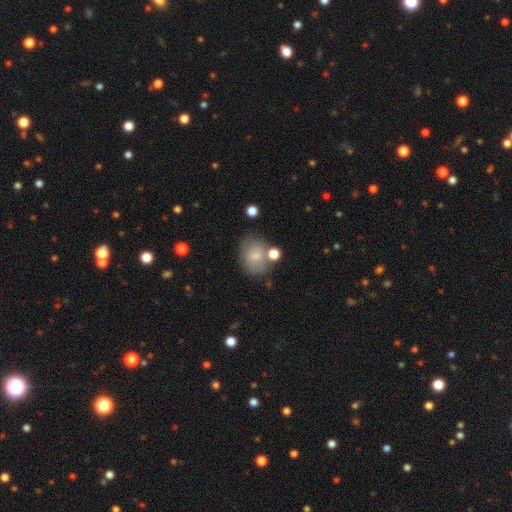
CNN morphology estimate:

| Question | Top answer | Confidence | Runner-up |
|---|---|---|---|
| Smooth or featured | smooth | 74% | featured or disk (16%) |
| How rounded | round | 51% | in between (48%) |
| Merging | none | 59% | minor disturbance (20%) |